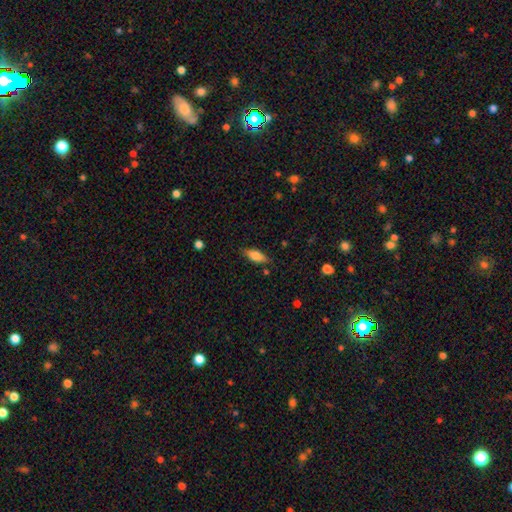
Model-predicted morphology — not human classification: This is likely a smooth galaxy (66%). How rounded: likely in between (66%). Merging: likely none (79%).